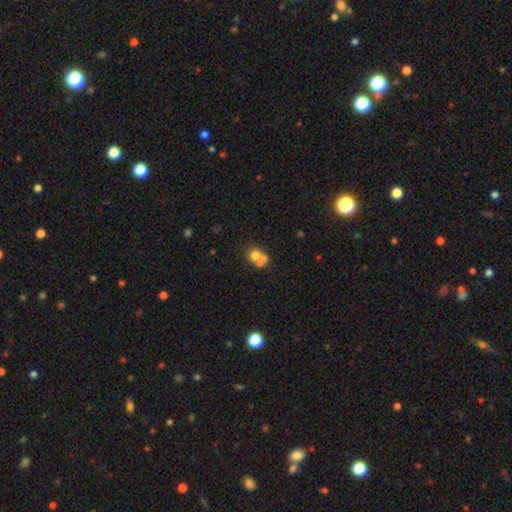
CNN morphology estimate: type=smooth (64%); roundness=round (74%); merging=merger (54%).